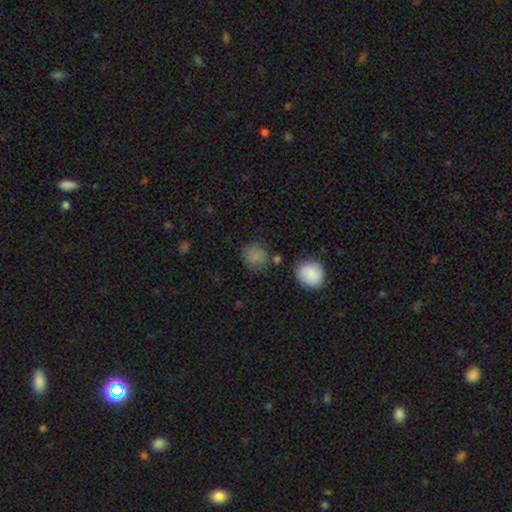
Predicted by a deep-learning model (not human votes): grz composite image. It shows a smooth galaxy with no disk features (82%) that is round (81%). Merging: none (71%).